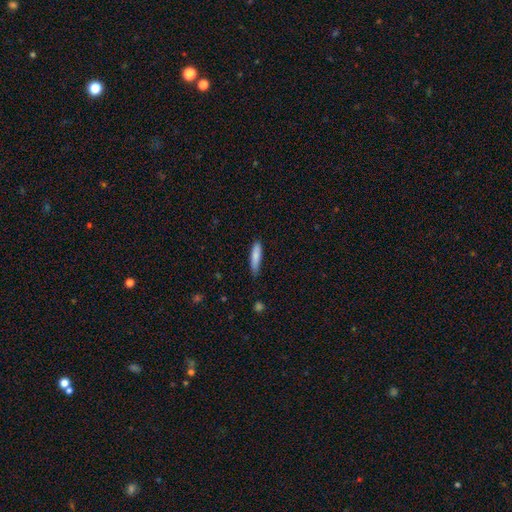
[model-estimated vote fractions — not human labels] smooth 81%, featured or disk 13%, star or artifact 6%. Down the decision tree: how rounded — cigar-shaped (78%); merging — none (77%).